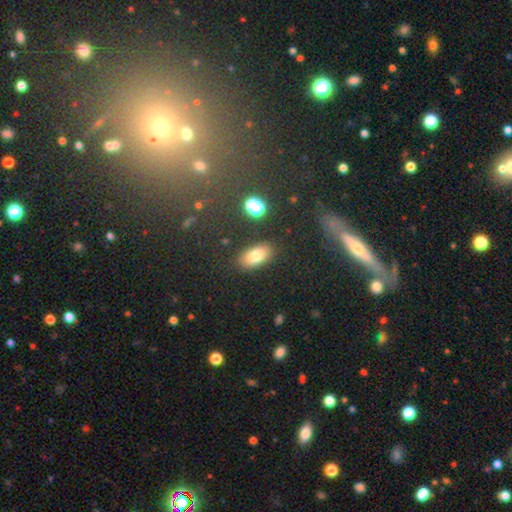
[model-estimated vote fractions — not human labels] Smooth or featured: smooth — 78% (star or artifact — 11%)
How rounded: in between — 90% (round — 6%)
Merging: none — 86% (minor disturbance — 9%)